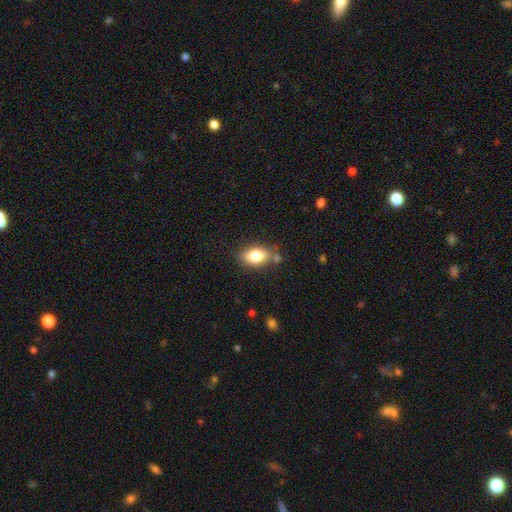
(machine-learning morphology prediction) This appears to be a smooth galaxy with no disk features (79%) that is in between round and cigar-shaped (86%). Merging: none (74%).